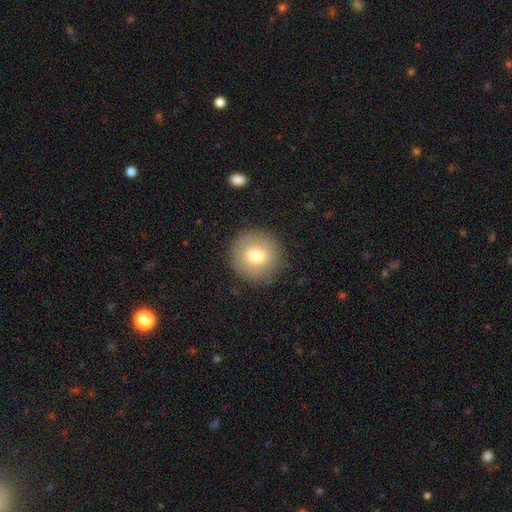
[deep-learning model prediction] A smooth galaxy with no disk features (73%) that is round (96%). Merging: none (89%).